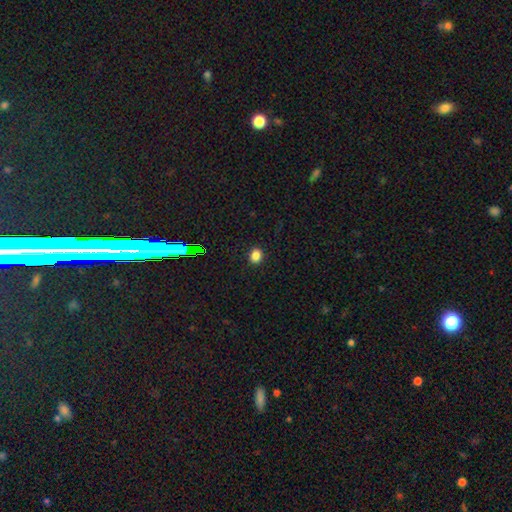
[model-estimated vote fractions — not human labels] The model was most divided on "how rounded": round: 54%, in between: 45%, cigar-shaped: 1%. More confident: merging — none (90%); smooth or featured — smooth (82%).